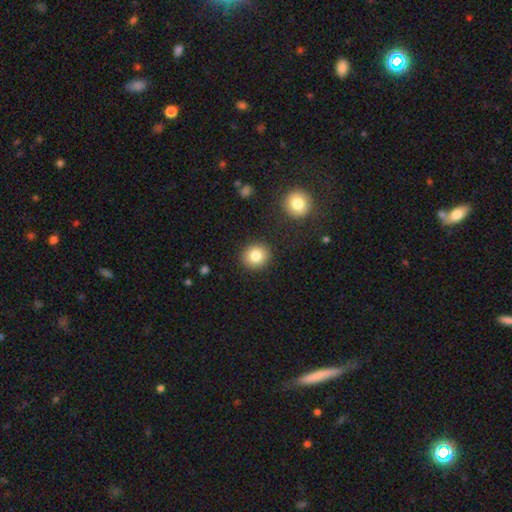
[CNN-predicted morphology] This is clearly a smooth galaxy (82%). How rounded: clearly round (88%). Merging: clearly none (89%).